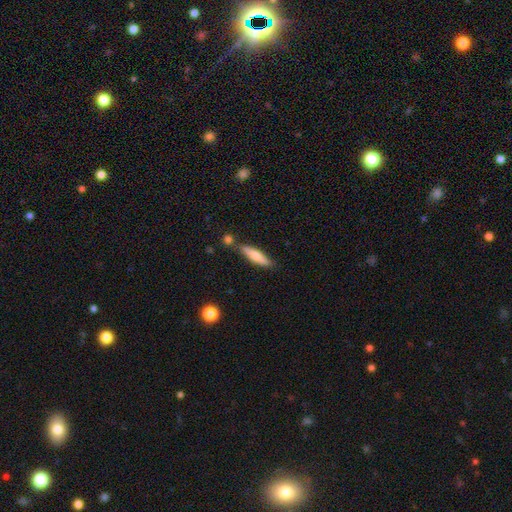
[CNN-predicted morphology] Smooth or featured? smooth (62%)
How rounded? cigar-shaped (76%)
Merging? none (73%)